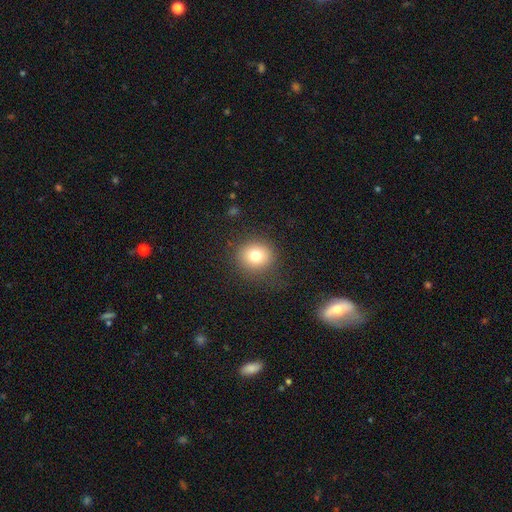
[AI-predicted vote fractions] Morphology: type=smooth (77%); roundness=round (86%); merging=none (84%).